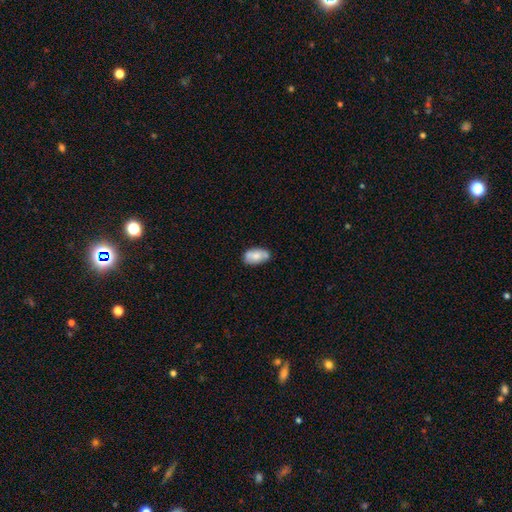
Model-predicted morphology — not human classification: Overall: smooth (70%). How rounded: in between (93%). Merging: none (65%; minor disturbance 26%).